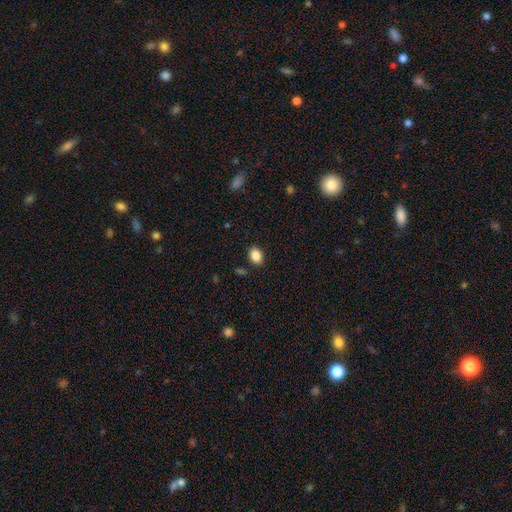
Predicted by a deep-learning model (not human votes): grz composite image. It shows a smooth galaxy with no disk features (87%) that is in between round and cigar-shaped (72%). Merging: none (85%).